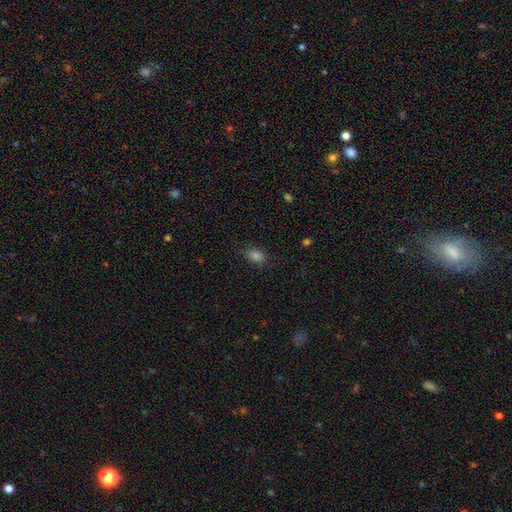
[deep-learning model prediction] This appears to be a smooth galaxy with no disk features (80%) that is in between round and cigar-shaped (80%). Merging: none (83%).